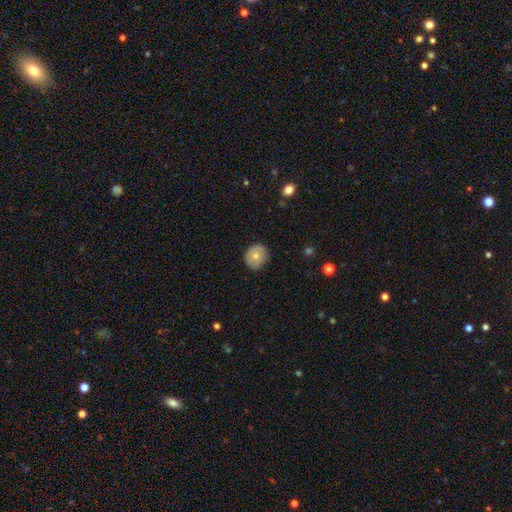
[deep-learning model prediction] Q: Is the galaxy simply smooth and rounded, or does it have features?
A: smooth — 68%.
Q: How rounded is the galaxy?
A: round — 83%.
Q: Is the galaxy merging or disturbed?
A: none — 82%.